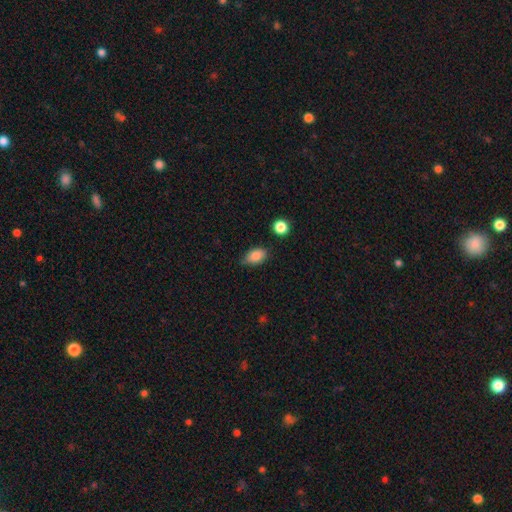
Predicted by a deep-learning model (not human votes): A smooth galaxy with no disk features (86%) that is in between round and cigar-shaped (86%).

Vote fractions:
- Smooth or featured? smooth: 86% / star or artifact: 8% / featured or disk: 5%
- How rounded? in between: 86% / round: 12% / cigar-shaped: 2%
- Merging? none: 69% / minor disturbance: 25% / major disturbance: 4% / merger: 3%